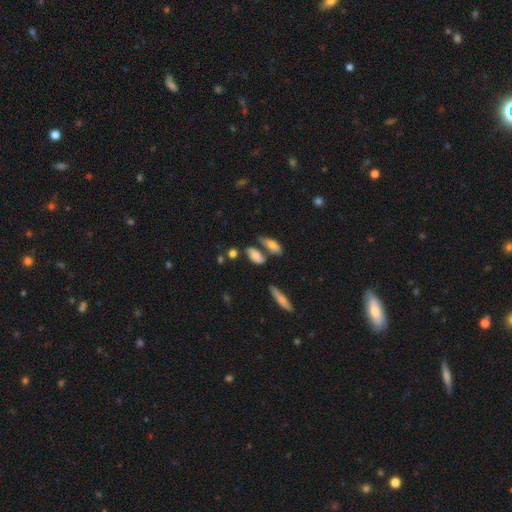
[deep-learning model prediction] Smooth or featured? Predicted: smooth (p=0.70). How rounded? Predicted: in between (p=0.80). Merging? Predicted: none (p=0.51).